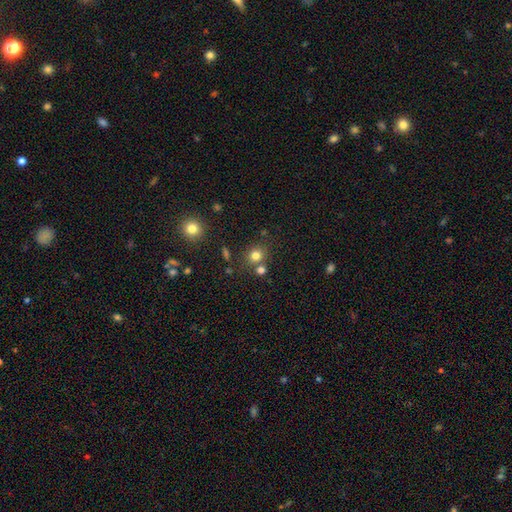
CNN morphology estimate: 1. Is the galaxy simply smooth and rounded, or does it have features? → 77% smooth, 15% star or artifact, 8% featured or disk.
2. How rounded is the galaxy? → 82% round, 17% in between, 1% cigar-shaped.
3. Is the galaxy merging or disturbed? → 71% none, 16% merger, 10% minor disturbance, 3% major disturbance.